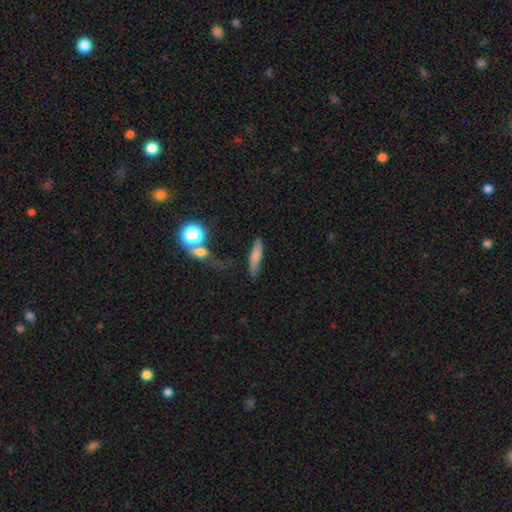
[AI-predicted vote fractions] This appears to be a smooth galaxy with no disk features (73%) that is cigar-shaped (70%). Merging: none (68%).